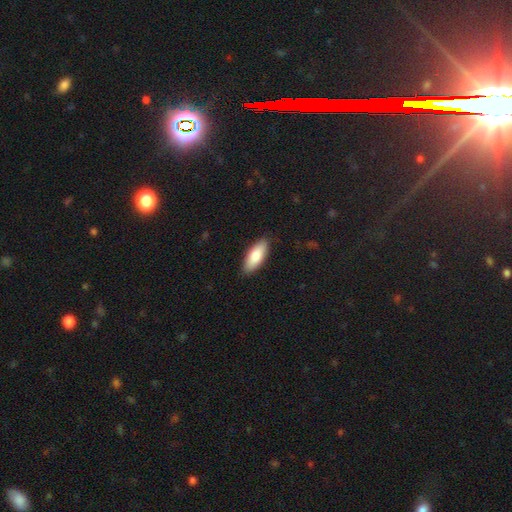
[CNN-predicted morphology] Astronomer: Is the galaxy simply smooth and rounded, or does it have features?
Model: smooth — 81%.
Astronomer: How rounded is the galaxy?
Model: in between — 78%.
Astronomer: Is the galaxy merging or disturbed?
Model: none — 88%.